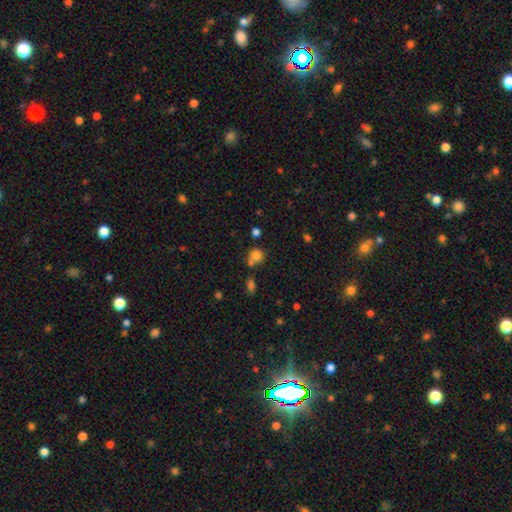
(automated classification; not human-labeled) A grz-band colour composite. It shows a smooth galaxy with no disk features (79%) that is round (80%). Merging: none (50%).